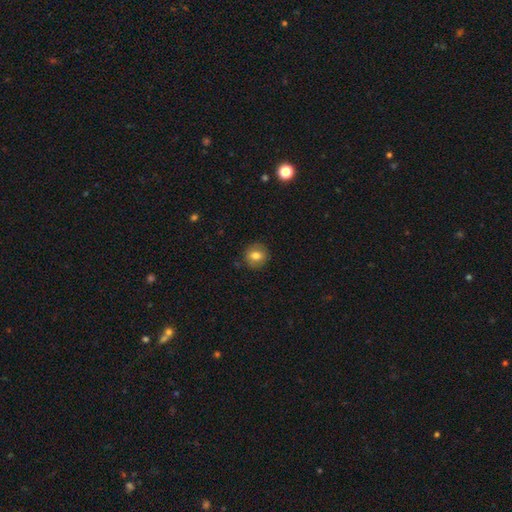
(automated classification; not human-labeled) A smooth galaxy with no disk features (78%) that is round (85%).

Vote fractions:
- Smooth or featured? smooth: 78% / featured or disk: 13% / star or artifact: 9%
- How rounded? round: 85% / in between: 14% / cigar-shaped: 1%
- Merging? none: 88% / minor disturbance: 9% / major disturbance: 2% / merger: 1%